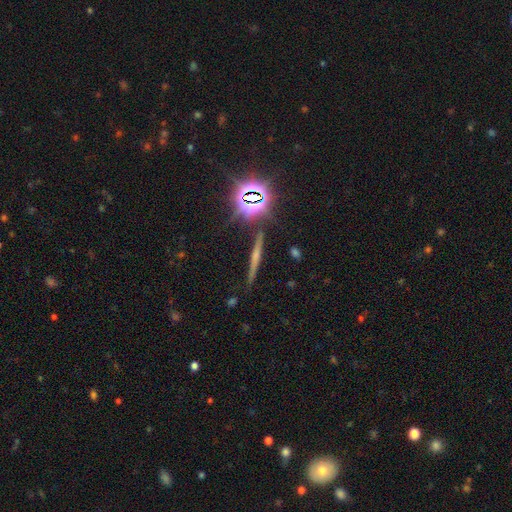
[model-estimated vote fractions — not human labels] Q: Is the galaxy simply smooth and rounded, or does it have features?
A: featured or disk — 46%.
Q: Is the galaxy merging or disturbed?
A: none — 86%.